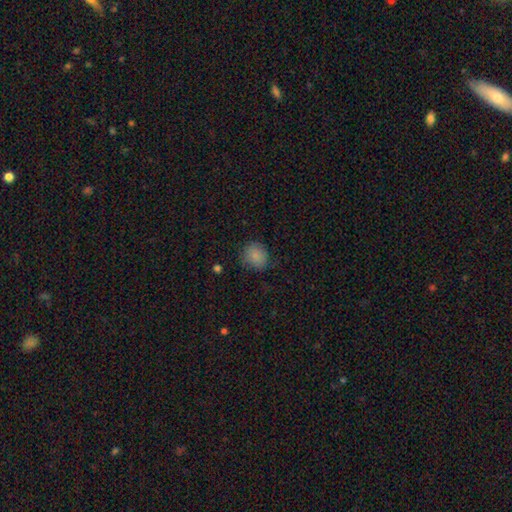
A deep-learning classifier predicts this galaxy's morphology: type=smooth (84%); roundness=round (82%); merging=none (76%).